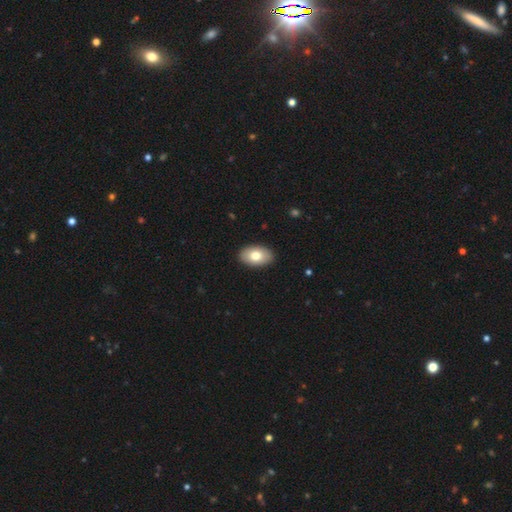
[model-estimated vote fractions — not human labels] The model was most divided on "smooth or featured": smooth: 77%, featured or disk: 17%, star or artifact: 6%. More confident: how rounded — in between (92%); merging — none (90%).